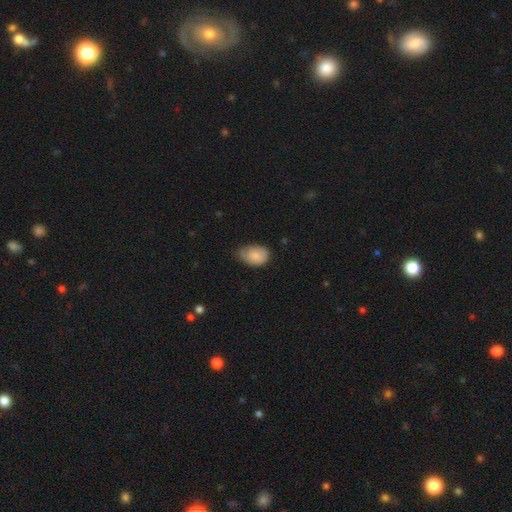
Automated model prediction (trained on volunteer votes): smooth_or_featured: smooth (p=0.80) [alt: featured or disk p=0.13]
how_rounded: in between (p=0.81) [alt: round p=0.18]
merging: minor disturbance (p=0.44) [alt: none p=0.43]